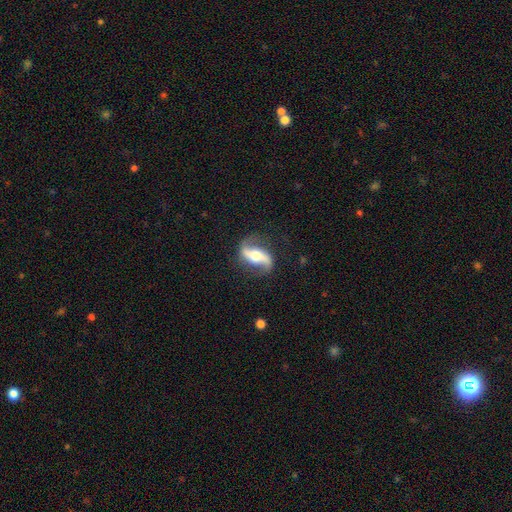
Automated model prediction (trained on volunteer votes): Smooth or featured? featured or disk (84%)
Edge-on disk? no (90%)
Bar? strong (50%)
Spiral arms? yes (93%)
Spiral winding? loose (71%)
Spiral arm count? 2 (93%)
Bulge size? moderate (60%)
Merging? none (79%)